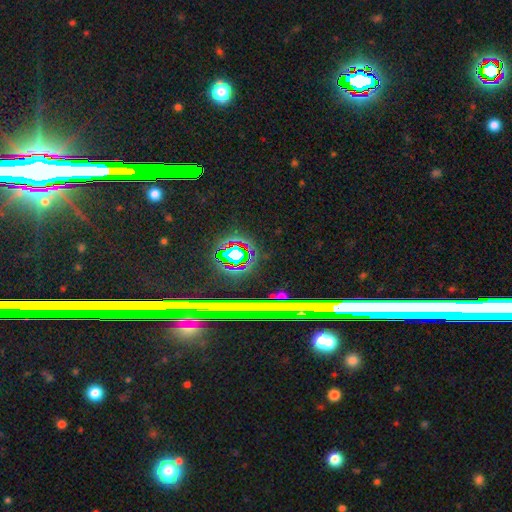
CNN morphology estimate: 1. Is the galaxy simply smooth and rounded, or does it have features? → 75% star or artifact, 14% featured or disk, 11% smooth.